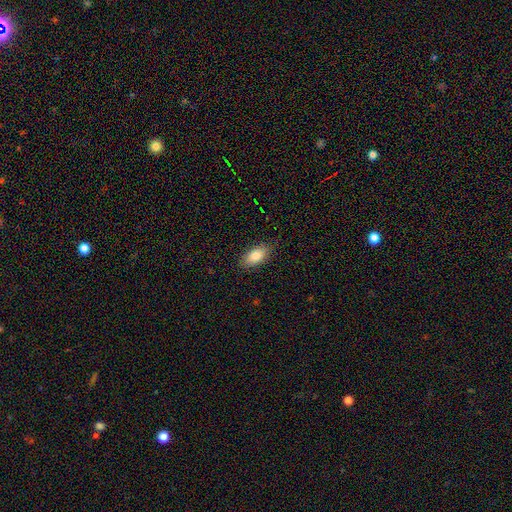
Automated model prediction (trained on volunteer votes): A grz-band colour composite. It shows a smooth galaxy with no disk features (82%) that is in between round and cigar-shaped (90%). Merging: none (84%).